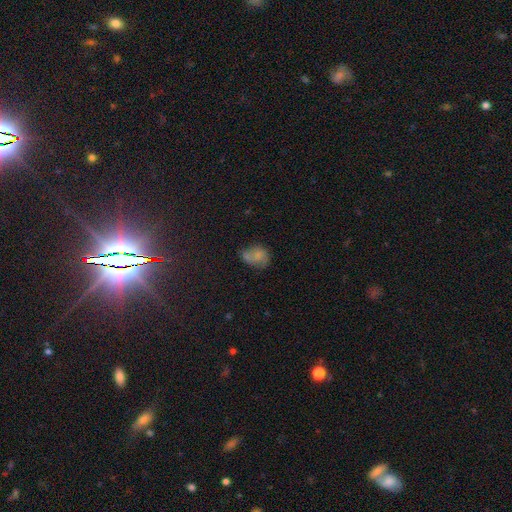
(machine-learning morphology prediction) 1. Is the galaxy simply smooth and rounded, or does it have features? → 61% smooth, 26% featured or disk, 13% star or artifact.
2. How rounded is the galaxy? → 55% in between, 44% round, 1% cigar-shaped.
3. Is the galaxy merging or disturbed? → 36% none, 27% merger, 24% minor disturbance, 13% major disturbance.